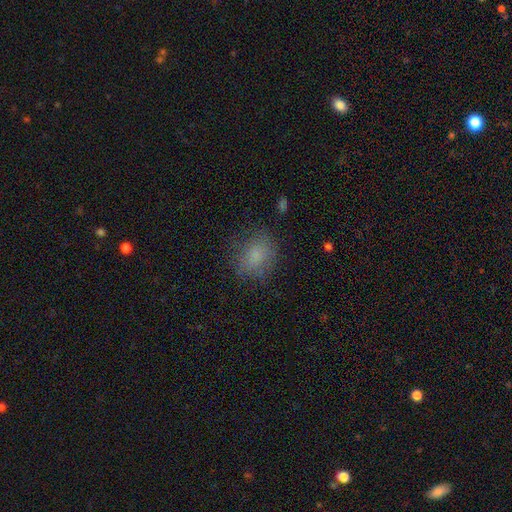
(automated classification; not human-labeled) Smooth or featured: smooth — 77% (star or artifact — 12%)
How rounded: round — 52% (in between — 47%)
Merging: none — 71% (minor disturbance — 19%)